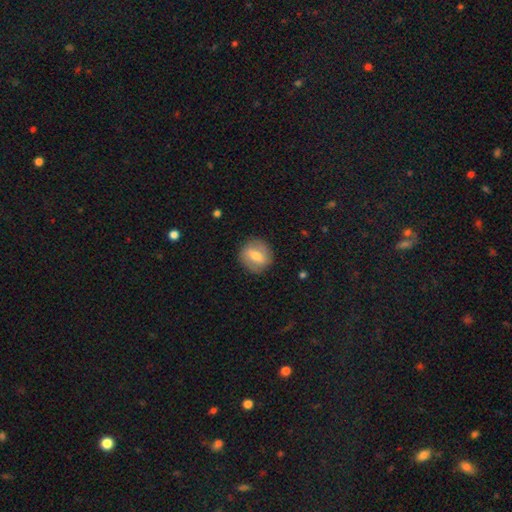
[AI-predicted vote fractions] smooth 55%, featured or disk 38%, star or artifact 7%. Down the decision tree: how rounded — round (79%); merging — none (84%).